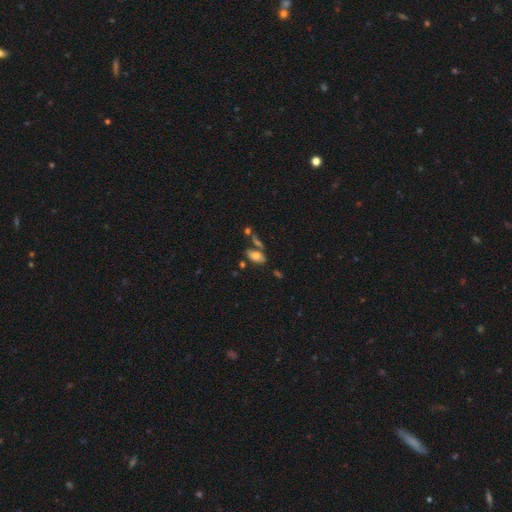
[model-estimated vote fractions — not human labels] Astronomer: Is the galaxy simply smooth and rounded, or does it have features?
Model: smooth — 71%.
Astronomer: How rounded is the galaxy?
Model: in between — 90%.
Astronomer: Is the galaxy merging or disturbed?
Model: none — 58%.